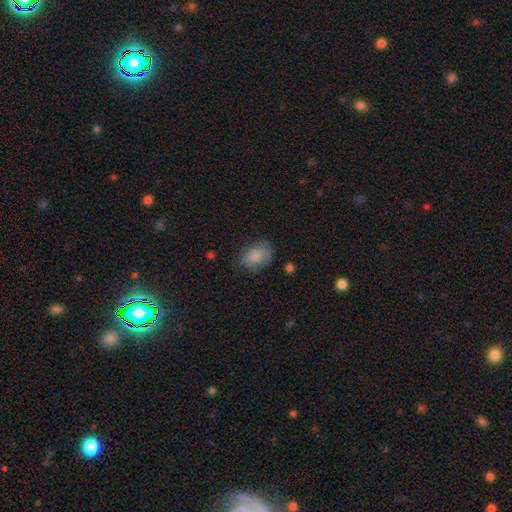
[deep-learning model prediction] This is clearly a smooth galaxy (83%). How rounded: clearly in between (80%). Merging: likely none (70%).